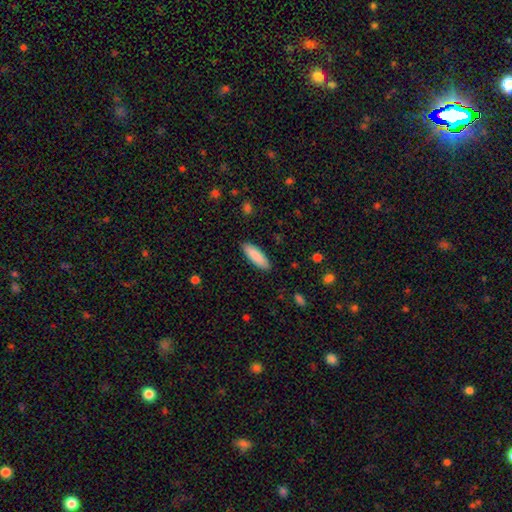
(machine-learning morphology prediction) Q: Smooth or featured?
A: smooth (89%); runner-up: featured or disk (6%)
Q: How rounded?
A: in between (55%); runner-up: cigar-shaped (44%)
Q: Merging?
A: none (89%); runner-up: minor disturbance (8%)